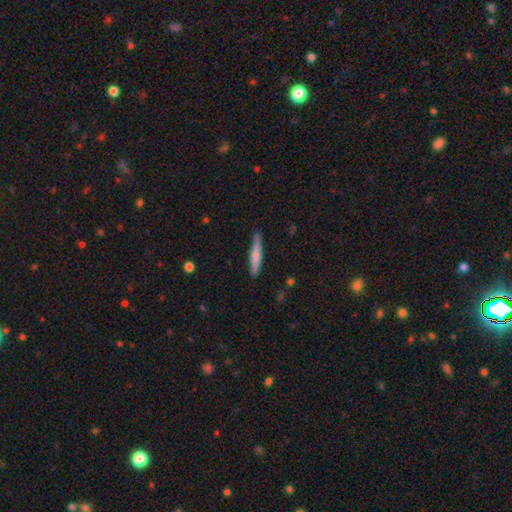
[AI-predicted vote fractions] smooth_or_featured: smooth (p=0.64) [alt: featured or disk p=0.31]
how_rounded: cigar-shaped (p=0.93) [alt: in between p=0.05]
merging: none (p=0.87) [alt: minor disturbance p=0.10]